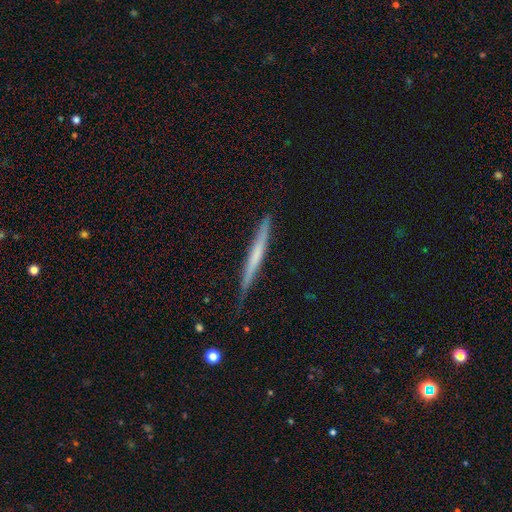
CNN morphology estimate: Smooth or featured: featured or disk — 50% (smooth — 44%)
Merging: none — 82% (minor disturbance — 14%)